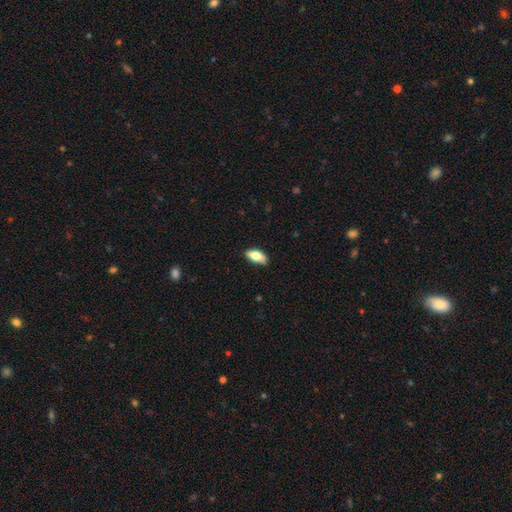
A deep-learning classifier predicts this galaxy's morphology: smooth-or-featured: smooth: 72% | featured or disk: 22% | star or artifact: 7%
  how-rounded: in between: 86% | cigar-shaped: 10% | round: 3%
  merging: none: 76% | minor disturbance: 19% | major disturbance: 3% | merger: 1%